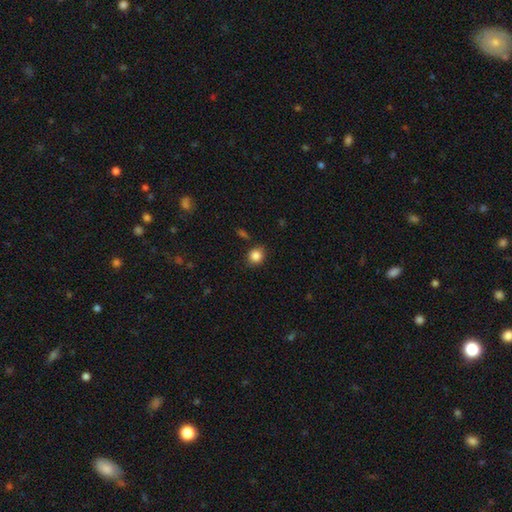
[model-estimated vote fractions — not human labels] Overall: smooth (85%). How rounded: round (77%). Merging: none (85%).